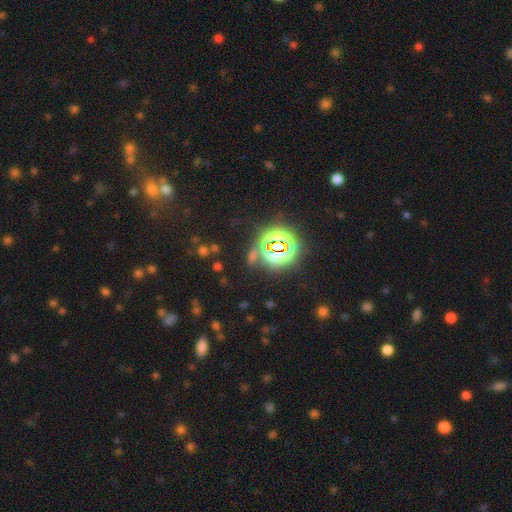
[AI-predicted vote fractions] A star or artifact, not a galaxy (74%).